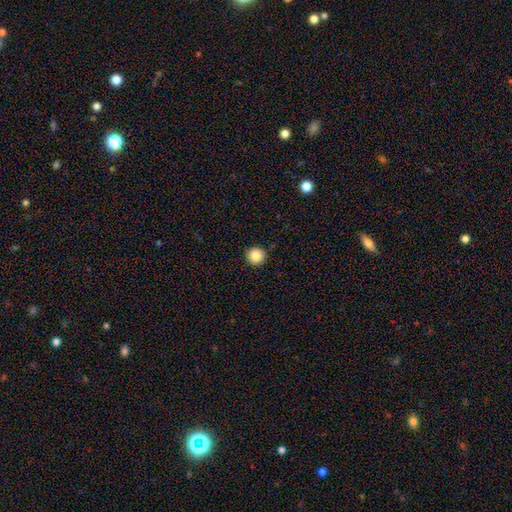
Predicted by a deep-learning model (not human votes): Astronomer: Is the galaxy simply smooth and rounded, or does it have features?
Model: smooth — 86%.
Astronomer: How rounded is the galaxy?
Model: round — 93%.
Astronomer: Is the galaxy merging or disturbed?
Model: none — 91%.